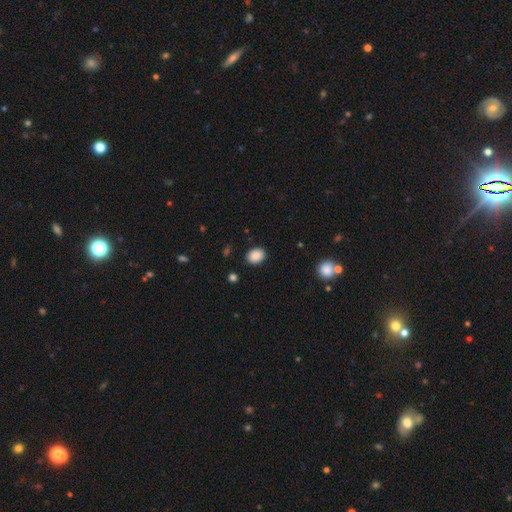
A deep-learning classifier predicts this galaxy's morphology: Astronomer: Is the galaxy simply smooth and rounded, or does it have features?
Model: smooth — 89%.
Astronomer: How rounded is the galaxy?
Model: in between — 59% (runner-up: round, 40%).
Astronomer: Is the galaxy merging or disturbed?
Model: none — 88%.